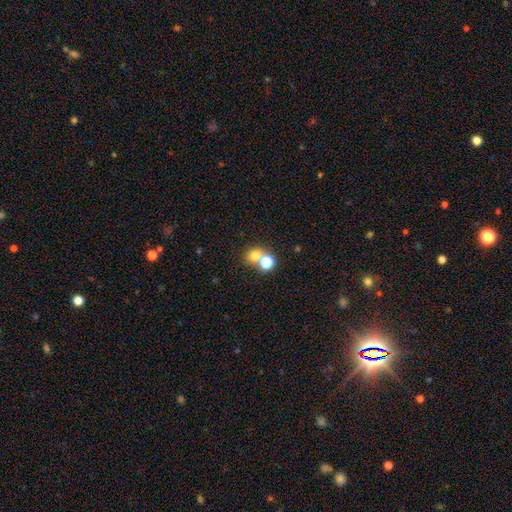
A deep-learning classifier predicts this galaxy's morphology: smooth_or_featured: smooth (p=0.71) [alt: star or artifact p=0.18]
how_rounded: round (p=0.71) [alt: in between p=0.28]
merging: none (p=0.45) [tied with: merger p=0.45]